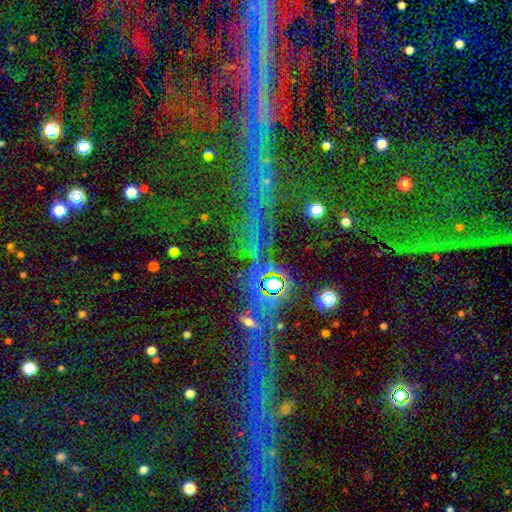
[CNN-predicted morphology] smooth_or_featured: star or artifact (p=0.82) [alt: featured or disk p=0.10]